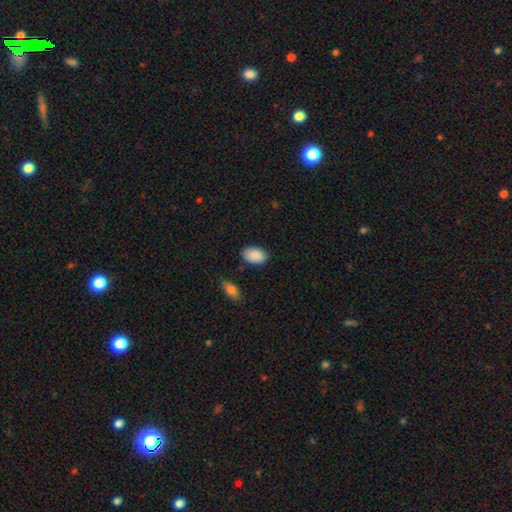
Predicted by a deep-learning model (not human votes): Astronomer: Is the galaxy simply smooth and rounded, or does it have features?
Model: smooth — 90%.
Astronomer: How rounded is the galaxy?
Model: in between — 91%.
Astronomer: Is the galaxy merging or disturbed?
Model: none — 82%.